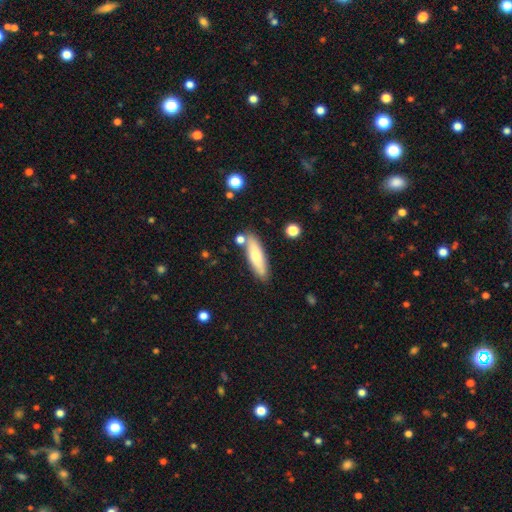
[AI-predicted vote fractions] A smooth galaxy with no disk features (67%) that is cigar-shaped (64%).

Vote fractions:
- Smooth or featured? smooth: 67% / featured or disk: 27% / star or artifact: 6%
- How rounded? cigar-shaped: 64% / in between: 34% / round: 2%
- Merging? none: 78% / minor disturbance: 12% / merger: 7% / major disturbance: 3%